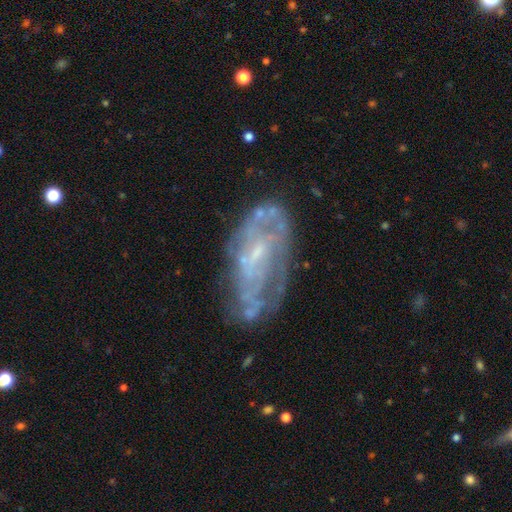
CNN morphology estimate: featured or disk 74%, smooth 17%, star or artifact 8%. Down the decision tree: edge-on disk — no (94%); bar — no (57%); spiral arms — yes (57%); bulge size — small (61%); merging — none (56%).